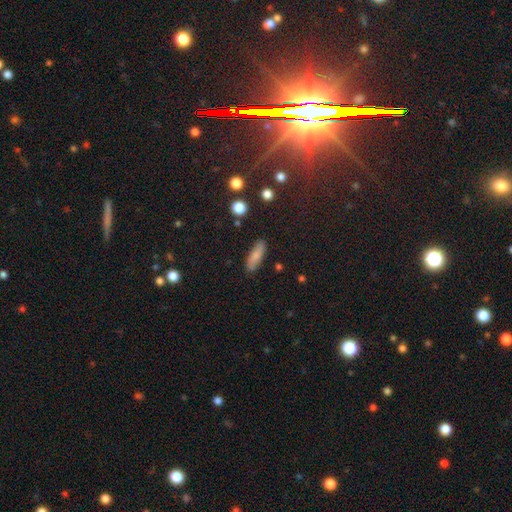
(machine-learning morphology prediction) Smooth or featured? Predicted: smooth (p=0.79). How rounded? Predicted: cigar-shaped (p=0.50). Merging? Predicted: none (p=0.85).